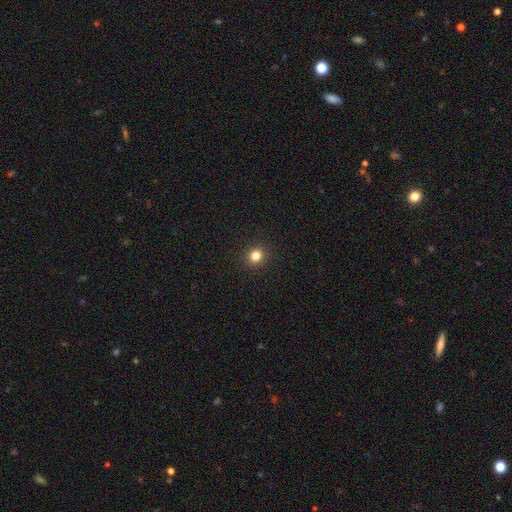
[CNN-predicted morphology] This appears to be a smooth galaxy with no disk features (82%) that is round (88%). Merging: none (93%).